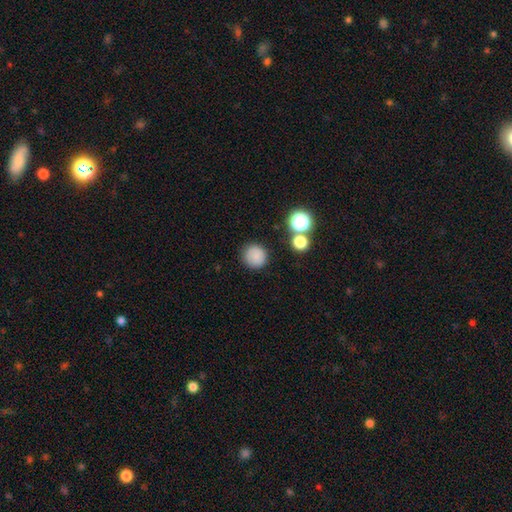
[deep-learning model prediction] smooth-or-featured: smooth: 83% | star or artifact: 12% | featured or disk: 6%
  how-rounded: round: 94% | in between: 5% | cigar-shaped: 1%
  merging: none: 86% | minor disturbance: 8% | merger: 4% | major disturbance: 3%